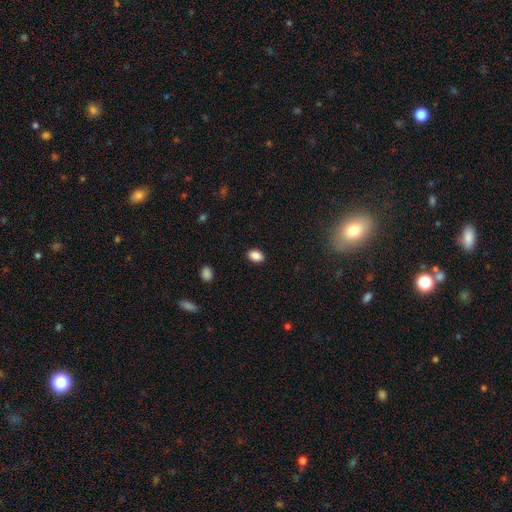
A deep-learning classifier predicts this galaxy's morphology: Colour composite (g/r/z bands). It shows a smooth galaxy with no disk features (88%) that is in between round and cigar-shaped (81%). Merging: none (88%).